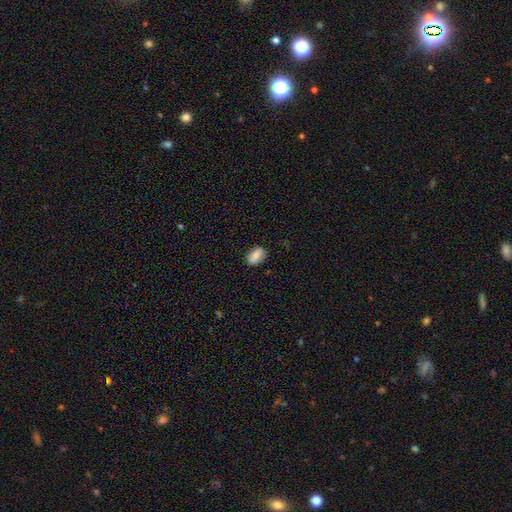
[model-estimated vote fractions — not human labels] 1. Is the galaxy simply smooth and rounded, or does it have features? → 73% smooth, 19% featured or disk, 8% star or artifact.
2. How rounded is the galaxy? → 83% in between, 15% round, 3% cigar-shaped.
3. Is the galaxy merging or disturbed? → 83% none, 13% minor disturbance, 2% major disturbance, 2% merger.